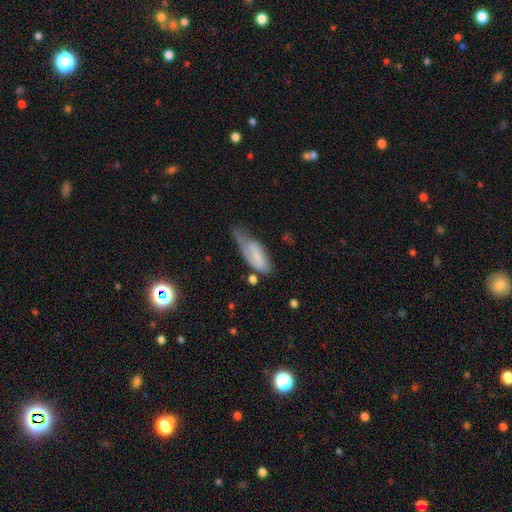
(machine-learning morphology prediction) This is possibly a smooth galaxy (53%). How rounded: likely in between (73%). Merging: marginally minor disturbance (37%).